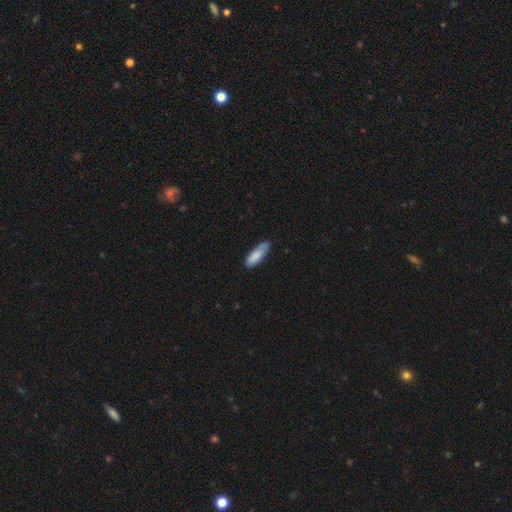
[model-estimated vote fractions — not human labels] Q: Smooth or featured?
A: smooth (83%); runner-up: featured or disk (11%)
Q: How rounded?
A: in between (60%); runner-up: cigar-shaped (39%)
Q: Merging?
A: none (69%); runner-up: minor disturbance (26%)